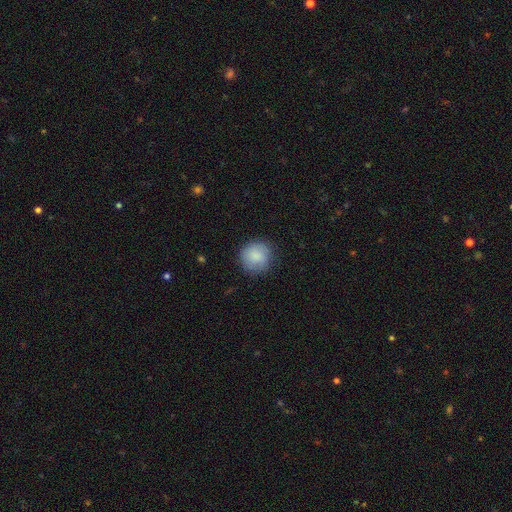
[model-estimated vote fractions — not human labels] A smooth galaxy with no disk features (86%) that is round (92%). Merging: none (82%).